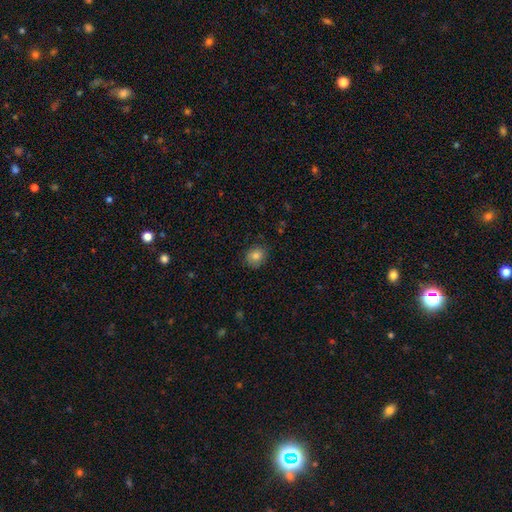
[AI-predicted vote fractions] Morphology: type=smooth (82%); roundness=round (71%); merging=none (82%).